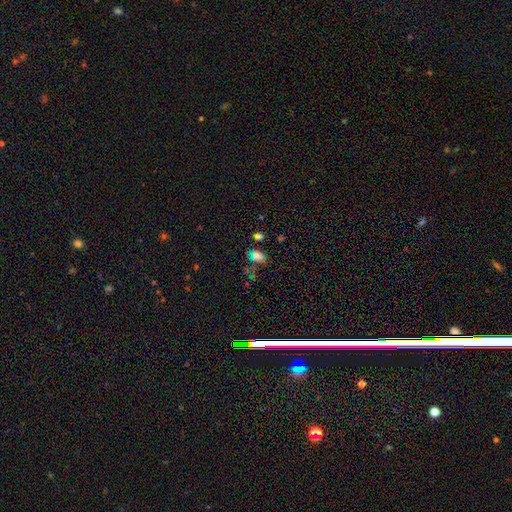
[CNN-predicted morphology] This appears to be a smooth galaxy with no disk features (62%) that is in between round and cigar-shaped (78%). Merging: none (60%).